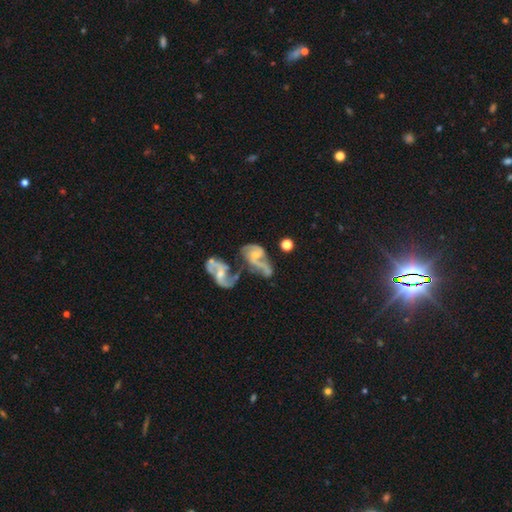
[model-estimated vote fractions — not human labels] Morphology: type=featured or disk (73%); edge-on=no (96%); bar=no (56%); spiral arms=yes (81%); winding=loose (54%); arm count=2 (70%); bulge=small (48%); merging=merger (58%).